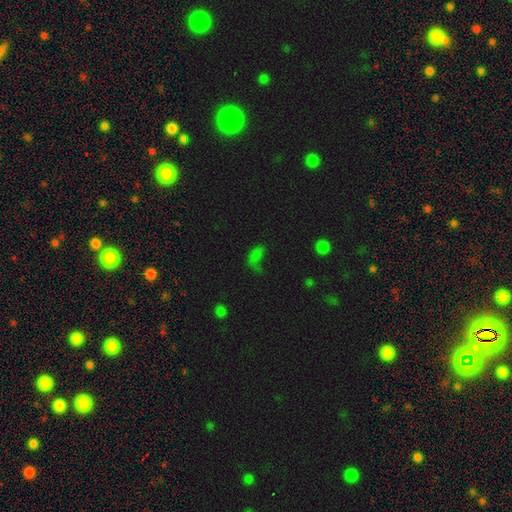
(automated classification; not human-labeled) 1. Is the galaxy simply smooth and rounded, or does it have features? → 58% smooth, 29% star or artifact, 13% featured or disk.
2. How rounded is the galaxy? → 81% in between, 12% round, 7% cigar-shaped.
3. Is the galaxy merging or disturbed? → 36% none, 35% major disturbance, 21% minor disturbance, 8% merger.